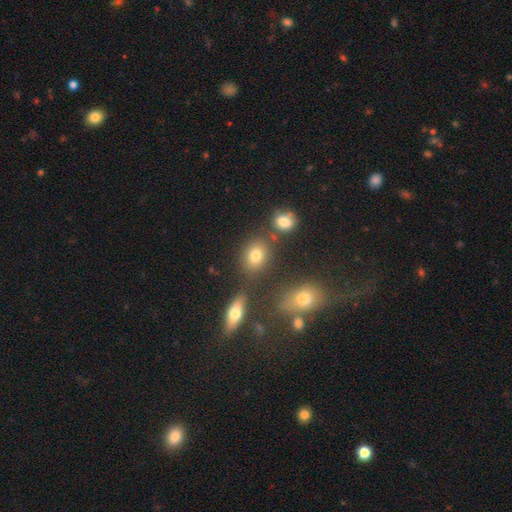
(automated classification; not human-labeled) A smooth galaxy with no disk features (77%) that is in between round and cigar-shaped (54%). Merging: none (74%).